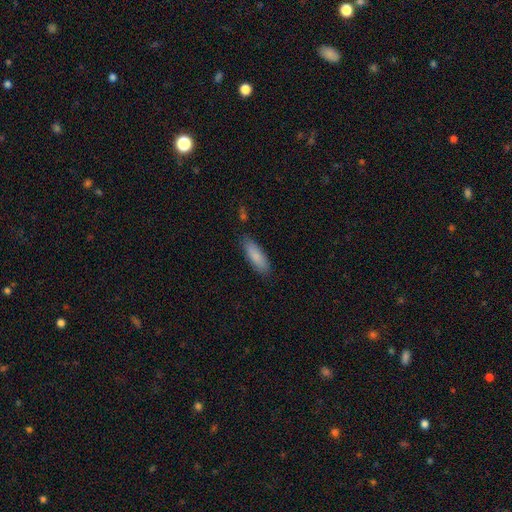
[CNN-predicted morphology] This appears to be a smooth galaxy with no disk features (85%) that is in between round and cigar-shaped (56%). Merging: none (83%).